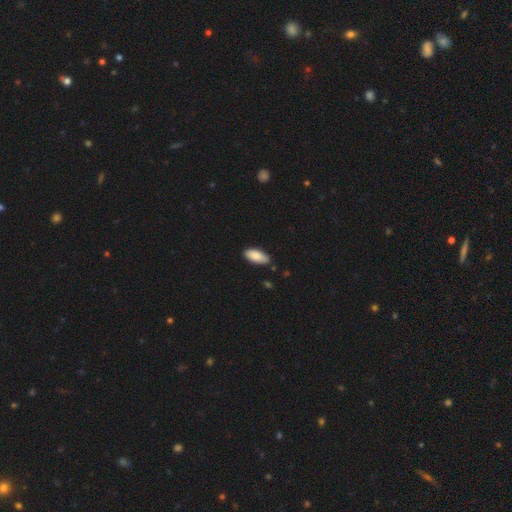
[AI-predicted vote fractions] smooth-or-featured: smooth: 88% | star or artifact: 6% | featured or disk: 6%
  how-rounded: in between: 89% | cigar-shaped: 9% | round: 2%
  merging: none: 83% | minor disturbance: 14% | major disturbance: 2% | merger: 2%